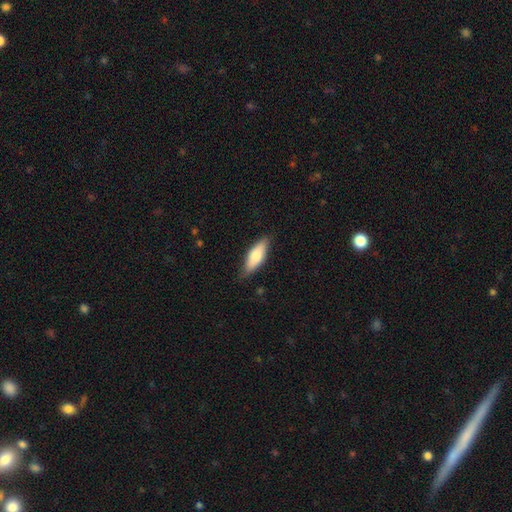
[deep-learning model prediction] Smooth or featured: smooth — 75% (featured or disk — 20%)
How rounded: in between — 65% (cigar-shaped — 33%)
Merging: none — 79% (minor disturbance — 17%)